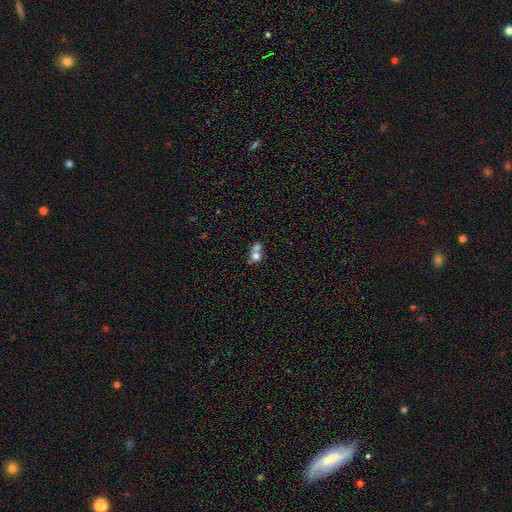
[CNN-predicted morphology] A smooth galaxy with no disk features (69%) that is round (67%). Merging: merger (66%).